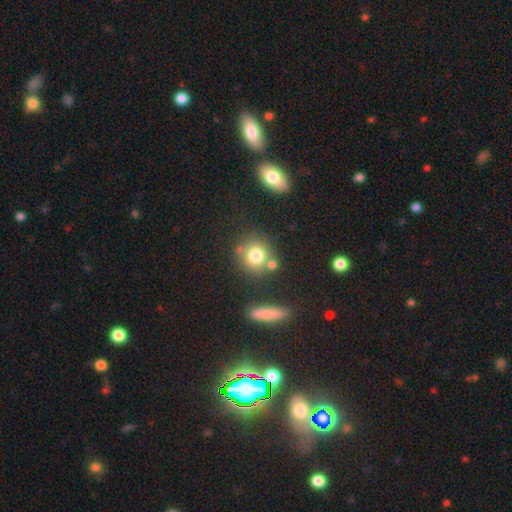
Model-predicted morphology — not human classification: A smooth galaxy with no disk features (77%) that is round (85%). Merging: none (67%).